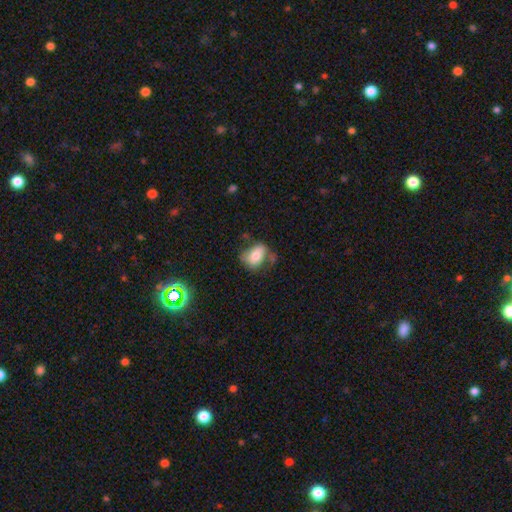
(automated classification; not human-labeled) smooth_or_featured: smooth (p=0.69) [alt: featured or disk p=0.23]
how_rounded: in between (p=0.78) [alt: round p=0.20]
merging: none (p=0.47) [alt: minor disturbance p=0.29]